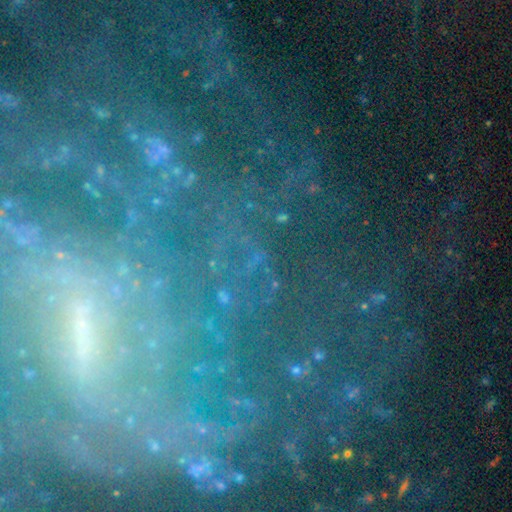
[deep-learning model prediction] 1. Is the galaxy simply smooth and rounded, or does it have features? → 69% star or artifact, 16% featured or disk, 15% smooth.